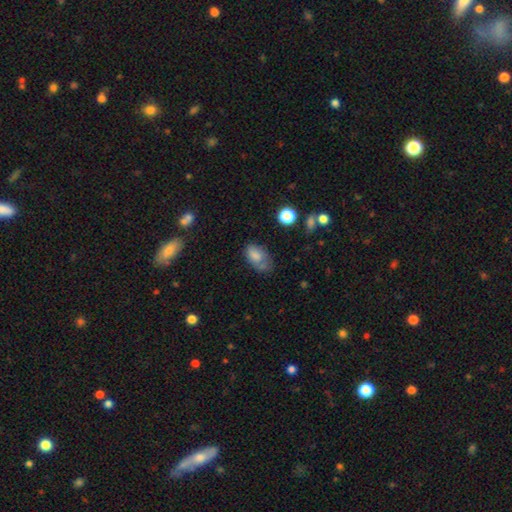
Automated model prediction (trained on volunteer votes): smooth 76%, featured or disk 14%, star or artifact 10%. Down the decision tree: how rounded — in between (90%); merging — none (45%).